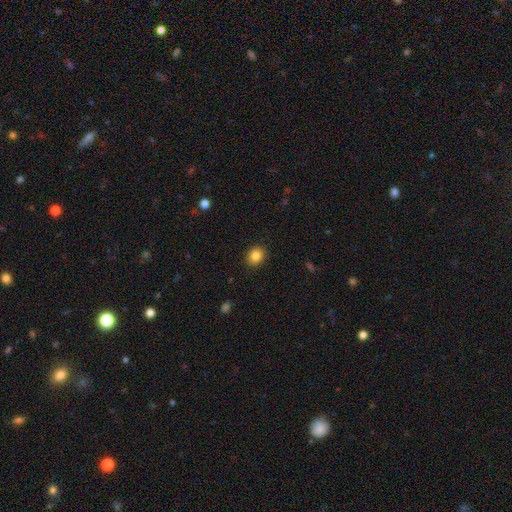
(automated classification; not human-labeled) Smooth or featured? smooth (83%)
How rounded? round (67%)
Merging? none (90%)